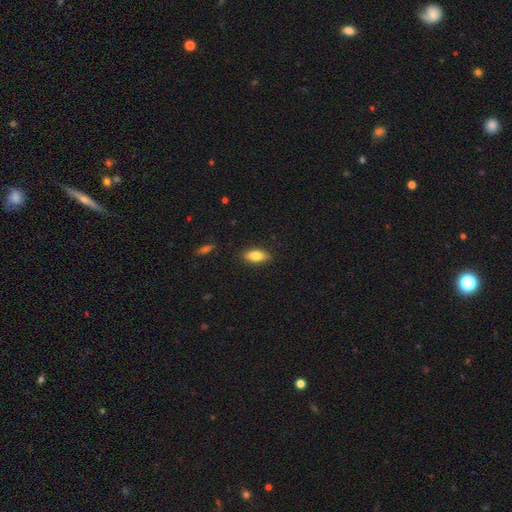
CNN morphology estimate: Q: Smooth or featured?
A: smooth (81%); runner-up: featured or disk (12%)
Q: How rounded?
A: in between (84%); runner-up: cigar-shaped (13%)
Q: Merging?
A: none (87%); runner-up: minor disturbance (9%)